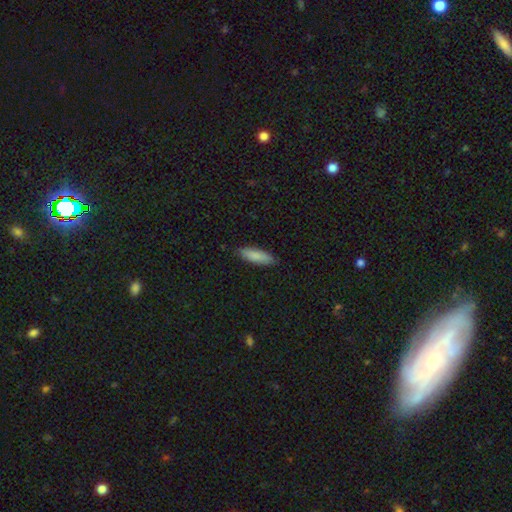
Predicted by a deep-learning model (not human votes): Overall: smooth (86%). How rounded: cigar-shaped (51%; in between 47%). Merging: none (86%).